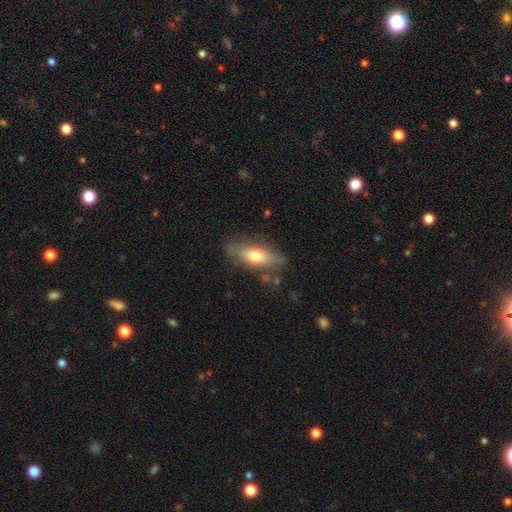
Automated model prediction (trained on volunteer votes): This appears to be a smooth galaxy with no disk features (66%) that is in between round and cigar-shaped (69%). Merging: none (75%).